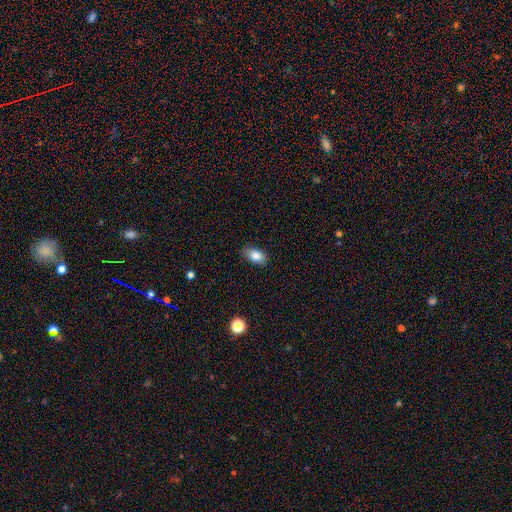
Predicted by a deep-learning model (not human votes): Smooth or featured?
  - smooth: 85% *
  - star or artifact: 8%
  - featured or disk: 7%
How rounded?
  - in between: 89% *
  - round: 9%
  - cigar-shaped: 2%
Merging?
  - none: 83% *
  - minor disturbance: 14%
  - major disturbance: 3%
  - merger: 1%